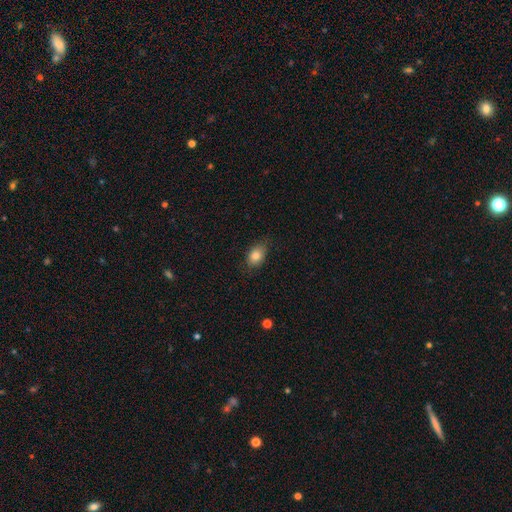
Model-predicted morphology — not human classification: Smooth or featured? smooth (82%)
How rounded? in between (76%)
Merging? none (78%)